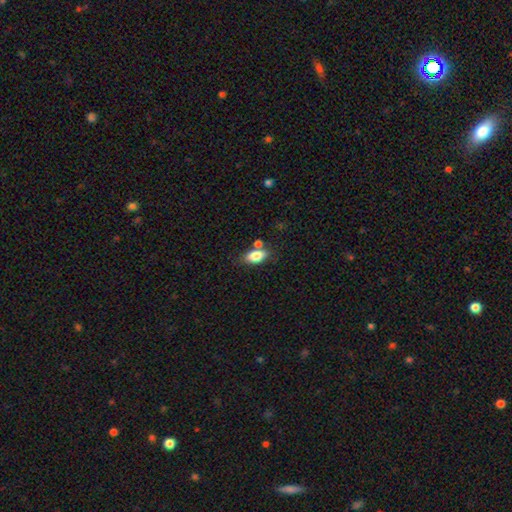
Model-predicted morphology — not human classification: smooth-or-featured: smooth: 83% | featured or disk: 9% | star or artifact: 8%
  how-rounded: in between: 88% | round: 7% | cigar-shaped: 4%
  merging: none: 64% | merger: 17% | minor disturbance: 14% | major disturbance: 4%